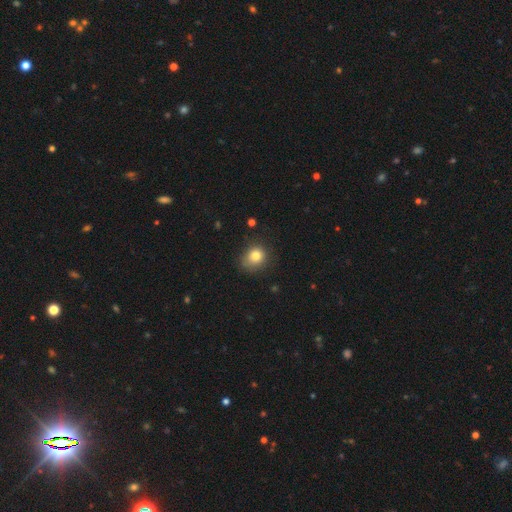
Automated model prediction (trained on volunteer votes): Q: Smooth or featured?
A: smooth (80%); runner-up: star or artifact (11%)
Q: How rounded?
A: round (71%); runner-up: in between (28%)
Q: Merging?
A: none (67%); runner-up: minor disturbance (24%)